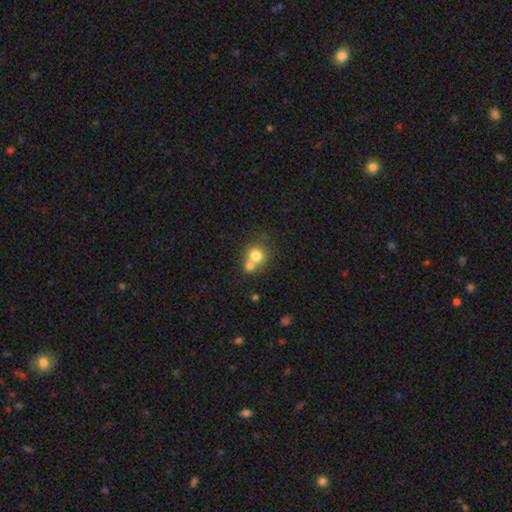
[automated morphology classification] Smooth or featured? smooth (75%)
How rounded? round (84%)
Merging? merger (52%)